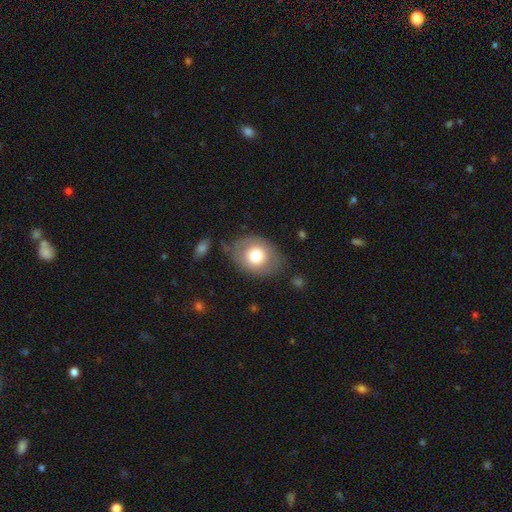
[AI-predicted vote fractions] Smooth or featured: smooth — 67% (featured or disk — 25%)
How rounded: in between — 63% (round — 36%)
Merging: none — 74% (minor disturbance — 16%)